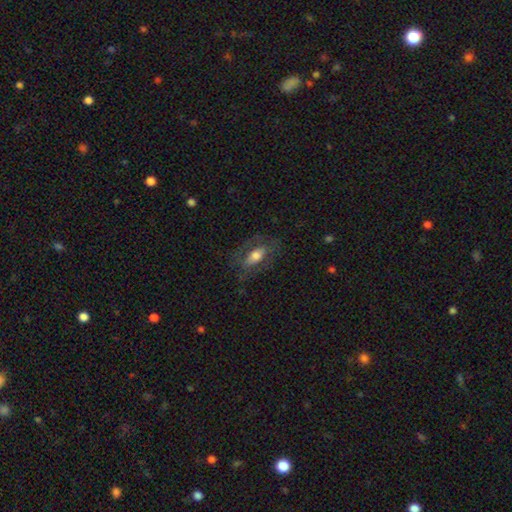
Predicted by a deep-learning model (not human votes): A smooth galaxy with no disk features (54%) that is in between round and cigar-shaped (79%). Merging: none (69%).